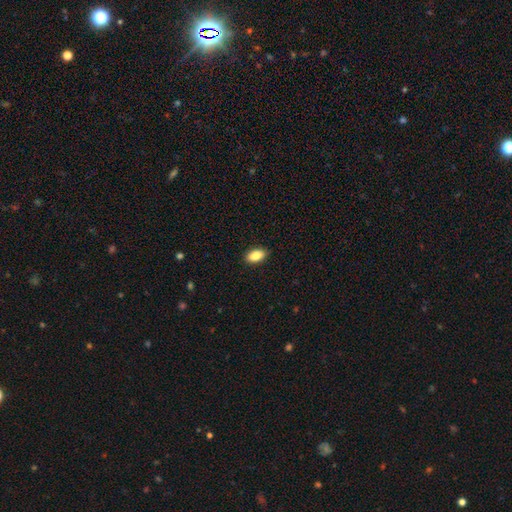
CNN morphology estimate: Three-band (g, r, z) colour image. It shows a smooth galaxy with no disk features (84%) that is in between round and cigar-shaped (91%). Merging: none (90%).